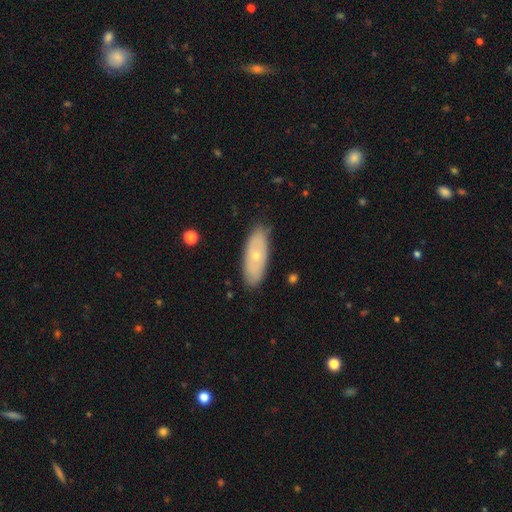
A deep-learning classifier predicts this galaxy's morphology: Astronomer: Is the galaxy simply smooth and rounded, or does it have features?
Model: smooth — 49% (runner-up: featured or disk, 45%).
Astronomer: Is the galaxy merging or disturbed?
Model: none — 85%.